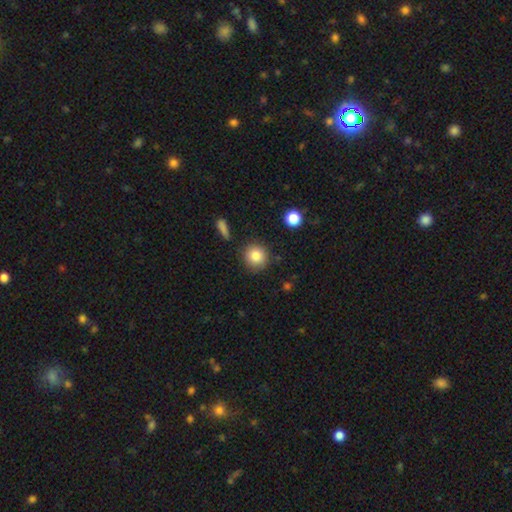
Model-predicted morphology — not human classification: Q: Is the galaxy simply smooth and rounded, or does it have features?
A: smooth — 84%.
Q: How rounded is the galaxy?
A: round — 92%.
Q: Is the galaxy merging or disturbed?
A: none — 85%.